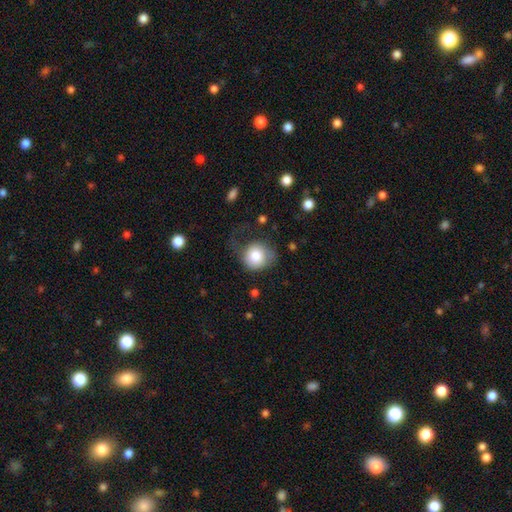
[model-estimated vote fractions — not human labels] Morphology: type=smooth (79%); roundness=round (83%); merging=none (43%).